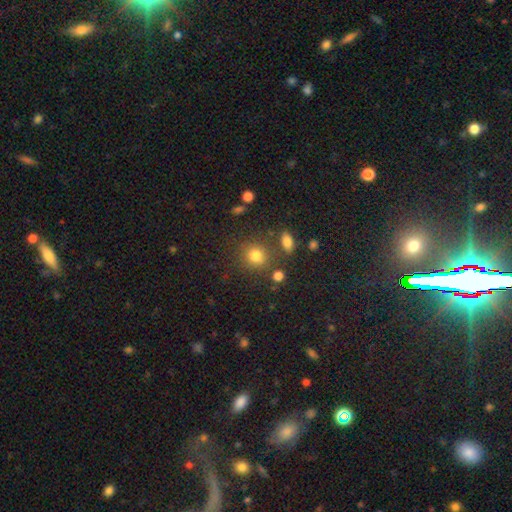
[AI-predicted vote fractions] Morphology: type=smooth (79%); roundness=round (81%); merging=none (76%).